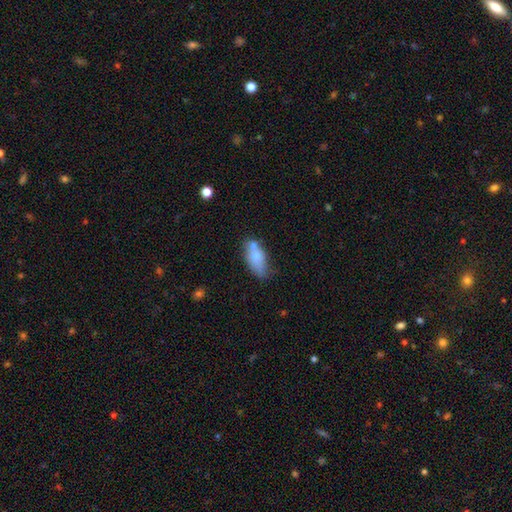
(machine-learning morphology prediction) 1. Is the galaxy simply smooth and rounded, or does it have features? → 78% smooth, 14% featured or disk, 8% star or artifact.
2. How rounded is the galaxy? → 85% in between, 12% cigar-shaped, 3% round.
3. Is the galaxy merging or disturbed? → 48% none, 25% minor disturbance, 19% merger, 8% major disturbance.